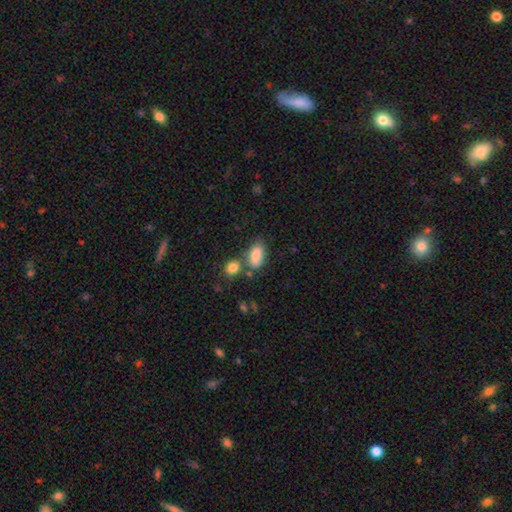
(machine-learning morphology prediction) smooth 78%, featured or disk 13%, star or artifact 9%. Down the decision tree: how rounded — in between (88%); merging — none (51%).